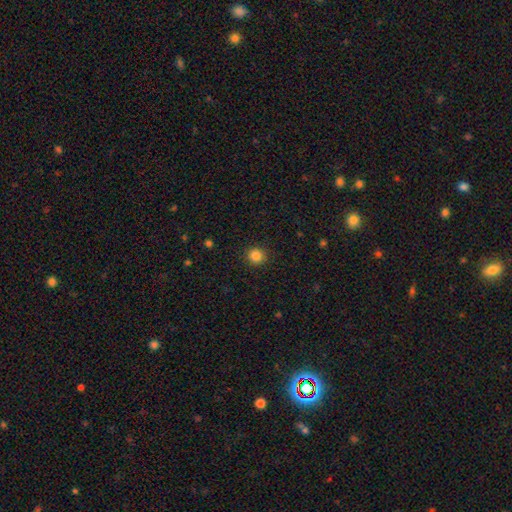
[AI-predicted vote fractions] Q: Smooth or featured?
A: smooth (85%); runner-up: star or artifact (11%)
Q: How rounded?
A: round (93%); runner-up: in between (6%)
Q: Merging?
A: none (91%); runner-up: minor disturbance (6%)